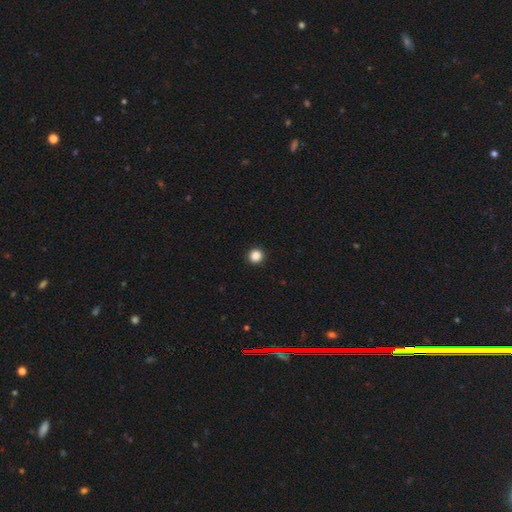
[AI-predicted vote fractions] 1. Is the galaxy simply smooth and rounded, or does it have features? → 87% smooth, 11% star or artifact, 3% featured or disk.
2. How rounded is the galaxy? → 95% round, 4% in between, 1% cigar-shaped.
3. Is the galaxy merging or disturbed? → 94% none, 4% minor disturbance, 1% major disturbance, 1% merger.